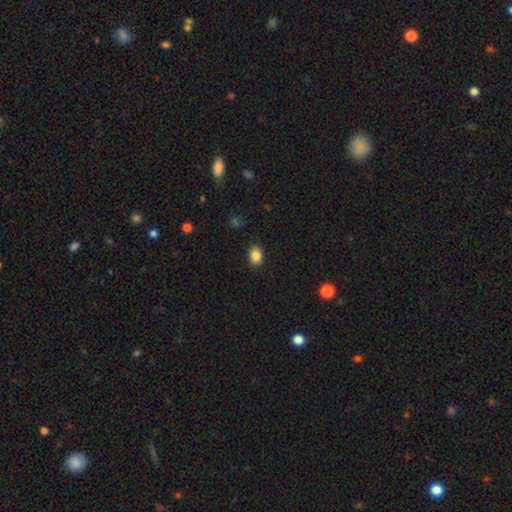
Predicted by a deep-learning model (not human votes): This is clearly a smooth galaxy (87%). How rounded: likely in between (78%). Merging: clearly none (88%).